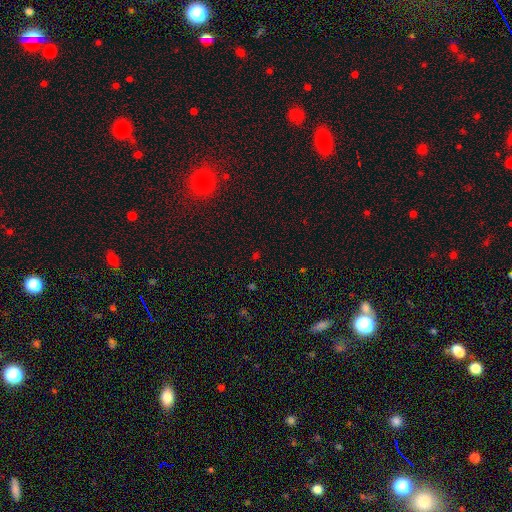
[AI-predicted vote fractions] The model was most divided on "smooth or featured": star or artifact: 58%, smooth: 34%, featured or disk: 7%.